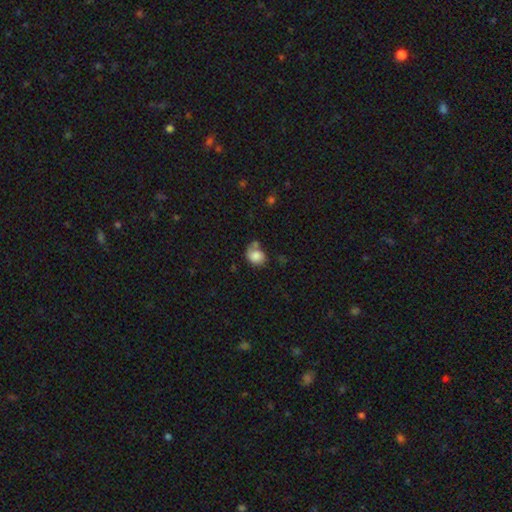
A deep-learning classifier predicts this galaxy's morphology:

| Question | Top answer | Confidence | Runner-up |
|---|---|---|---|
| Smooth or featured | smooth | 78% | featured or disk (13%) |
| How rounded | round | 50% | in between (49%) |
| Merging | none | 41% | minor disturbance (26%) |